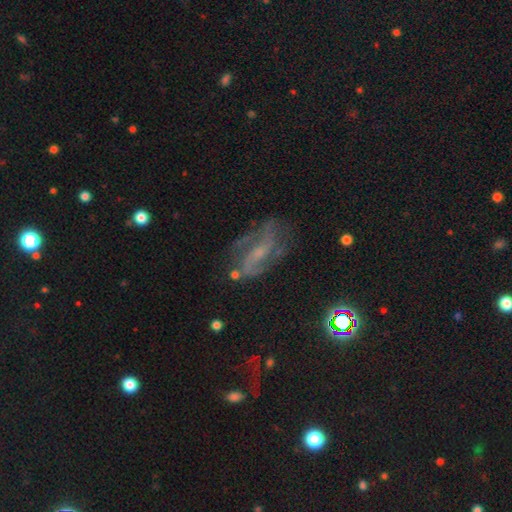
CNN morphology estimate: This is likely a featured or disk galaxy (73%). It is clearly not viewed edge-on (92%). Bar: marginally weak (44%). Spiral arm pattern: clearly yes (86%). Spiral arm count: likely 2 (67%). Spiral winding: marginally medium (43%). Central bulge: possibly small (56%). Merging: likely none (60%).